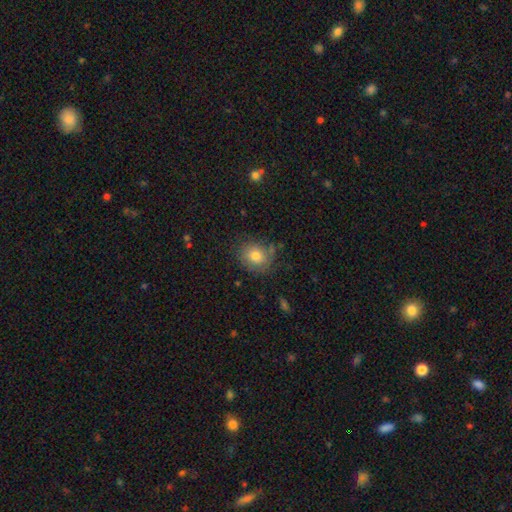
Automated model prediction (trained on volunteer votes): smooth-or-featured: smooth: 78% | featured or disk: 12% | star or artifact: 10%
  how-rounded: round: 71% | in between: 28% | cigar-shaped: 1%
  merging: none: 76% | minor disturbance: 17% | major disturbance: 5% | merger: 3%